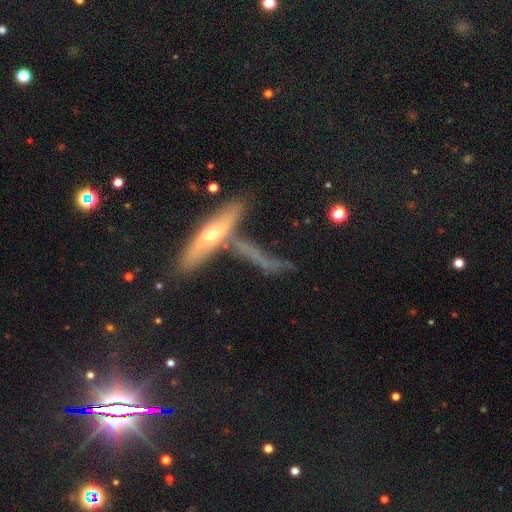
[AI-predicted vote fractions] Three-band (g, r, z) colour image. It shows a featured or disk galaxy (48%). Merging: none (48%).